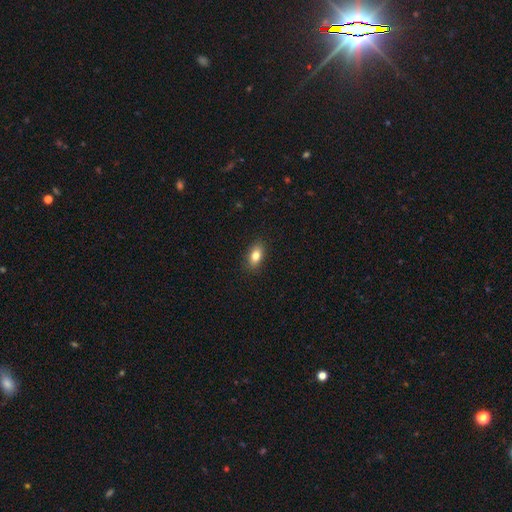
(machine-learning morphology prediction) The model was most divided on "smooth or featured": smooth: 82%, featured or disk: 10%, star or artifact: 8%. More confident: merging — none (88%); how rounded — in between (86%).